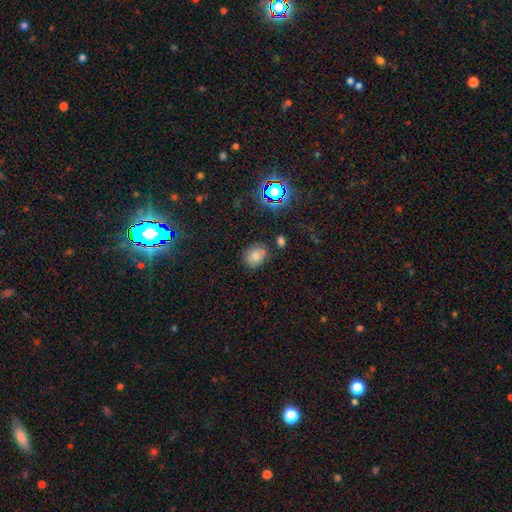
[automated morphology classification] A smooth galaxy with no disk features (74%) that is round (56%).

Vote fractions:
- Smooth or featured? smooth: 74% / star or artifact: 17% / featured or disk: 9%
- How rounded? round: 56% / in between: 43% / cigar-shaped: 1%
- Merging? none: 71% / minor disturbance: 16% / merger: 8% / major disturbance: 4%